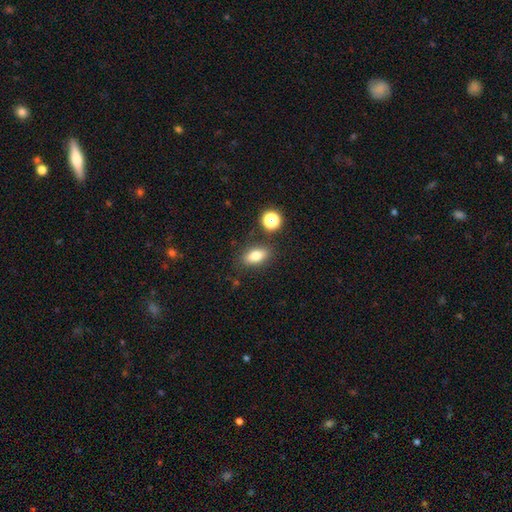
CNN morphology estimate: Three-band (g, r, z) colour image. It shows a smooth galaxy with no disk features (77%) that is in between round and cigar-shaped (81%). Merging: none (82%).